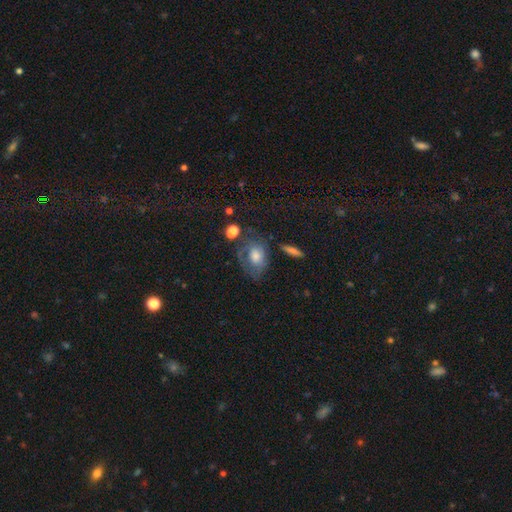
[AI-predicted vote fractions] Smooth or featured?
  - smooth: 47% *
  - featured or disk: 41%
  - star or artifact: 12%
Merging?
  - none: 45% *
  - minor disturbance: 26%
  - major disturbance: 24%
  - merger: 6%